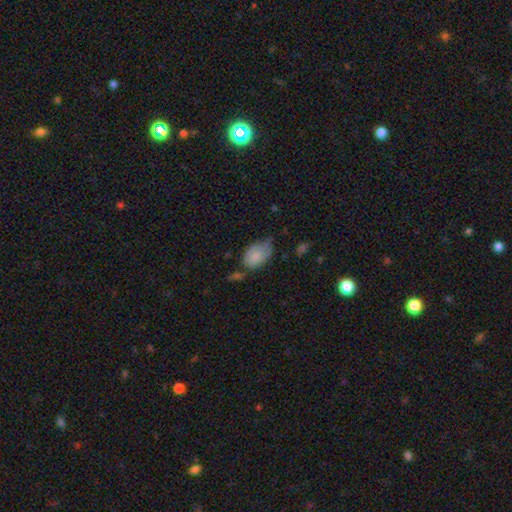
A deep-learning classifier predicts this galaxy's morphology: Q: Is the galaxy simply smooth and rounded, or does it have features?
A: smooth — 79%.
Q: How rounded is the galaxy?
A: in between — 84%.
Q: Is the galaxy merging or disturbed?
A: minor disturbance — 40%.